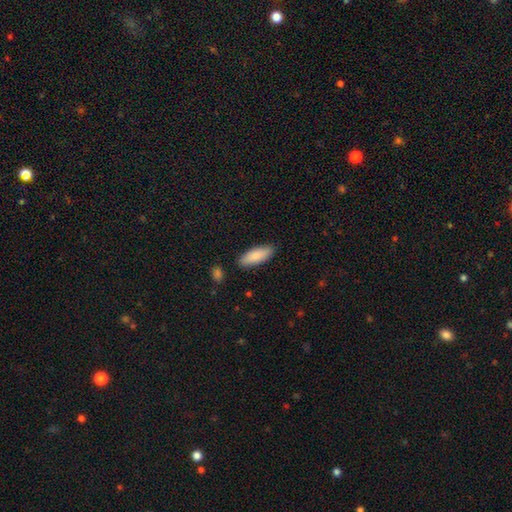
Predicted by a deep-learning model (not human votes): smooth_or_featured: smooth (p=0.86) [alt: featured or disk p=0.08]
how_rounded: in between (p=0.71) [alt: cigar-shaped p=0.27]
merging: none (p=0.86) [alt: minor disturbance p=0.10]